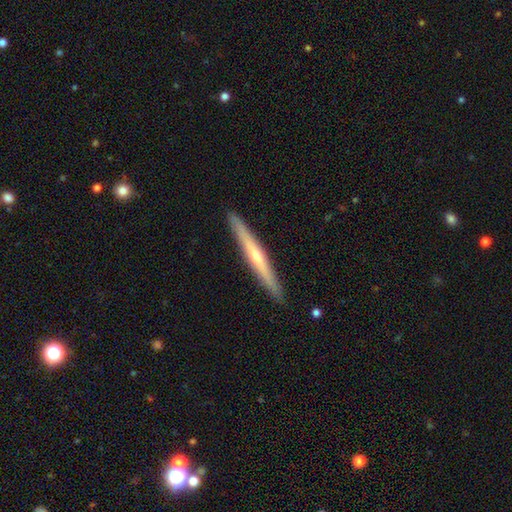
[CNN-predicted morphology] A featured or disk galaxy (64%) viewed edge-on (96%) with a rounded central bulge (67%).

Vote fractions:
- Smooth or featured? featured or disk: 64% / smooth: 31% / star or artifact: 5%
- Edge-on disk? yes: 96% / no: 4%
- Edge-on bulge? rounded: 67% / none: 30% / boxy: 3%
- Merging? none: 92% / minor disturbance: 6% / major disturbance: 1% / merger: 1%